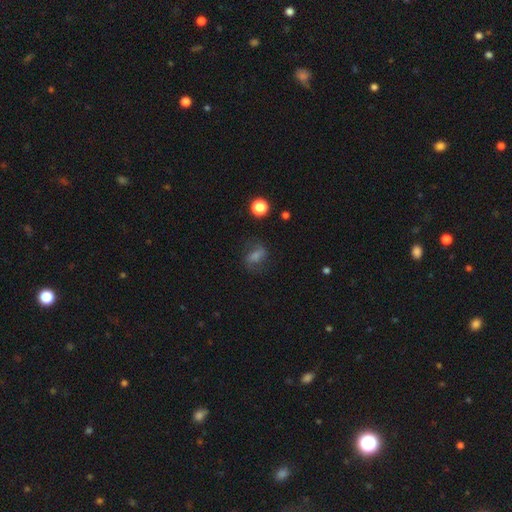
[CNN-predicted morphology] smooth_or_featured: smooth (p=0.43) [alt: featured or disk p=0.36]
merging: none (p=0.74) [alt: minor disturbance p=0.16]